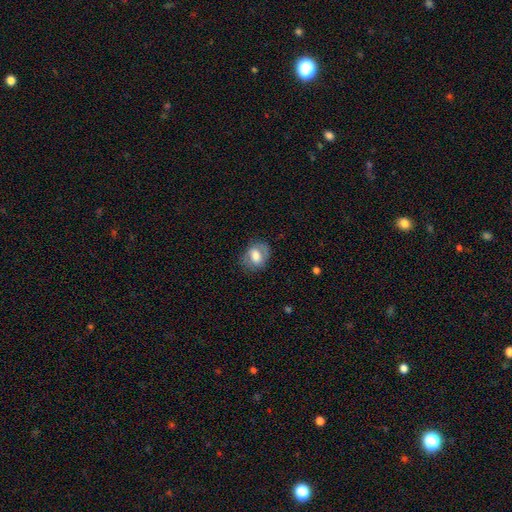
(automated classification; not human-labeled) smooth-or-featured: smooth: 65% | featured or disk: 27% | star or artifact: 8%
  how-rounded: in between: 68% | round: 31% | cigar-shaped: 1%
  merging: none: 70% | minor disturbance: 20% | major disturbance: 8% | merger: 1%